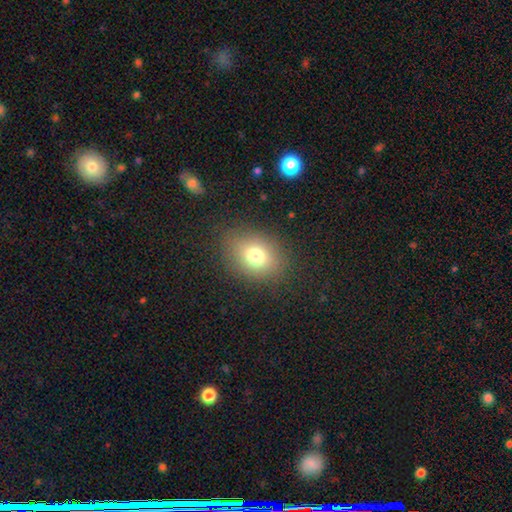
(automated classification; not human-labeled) A smooth galaxy with no disk features (76%) that is in between round and cigar-shaped (53%).

Vote fractions:
- Smooth or featured? smooth: 76% / star or artifact: 14% / featured or disk: 10%
- How rounded? in between: 53% / round: 46% / cigar-shaped: 1%
- Merging? none: 84% / minor disturbance: 10% / major disturbance: 5% / merger: 1%